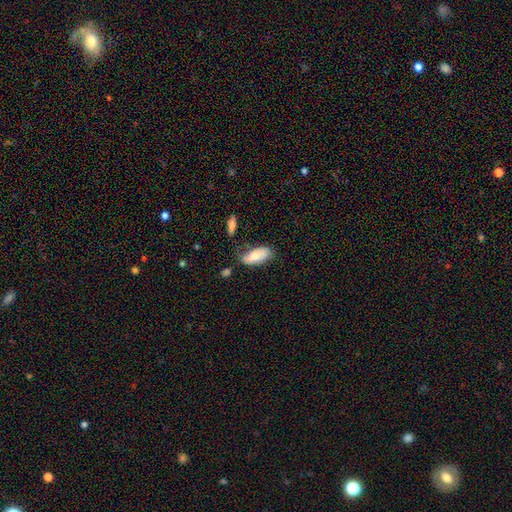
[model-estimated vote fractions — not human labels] The model was most divided on "merging": none: 53%, minor disturbance: 31%, major disturbance: 8%, merger: 8%. More confident: how rounded — in between (87%); smooth or featured — smooth (80%).